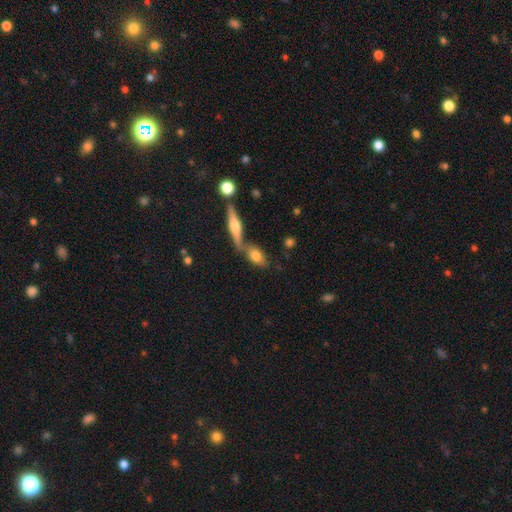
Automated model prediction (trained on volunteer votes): smooth 70%, featured or disk 22%, star or artifact 8%. Down the decision tree: how rounded — in between (81%); merging — none (51%).